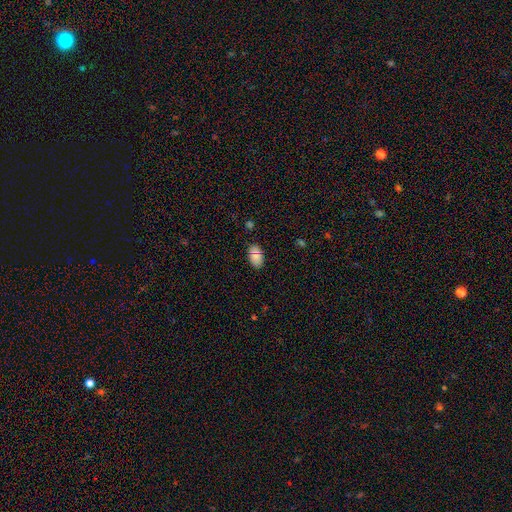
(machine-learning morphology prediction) Overall: smooth (80%). How rounded: in between (93%). Merging: none (82%).